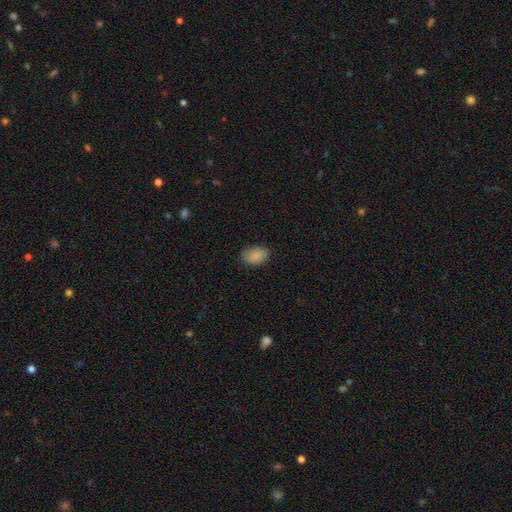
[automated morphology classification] Smooth or featured?
  - smooth: 87% *
  - star or artifact: 8%
  - featured or disk: 5%
How rounded?
  - in between: 78% *
  - round: 21%
  - cigar-shaped: 1%
Merging?
  - none: 80% *
  - minor disturbance: 16%
  - major disturbance: 3%
  - merger: 1%